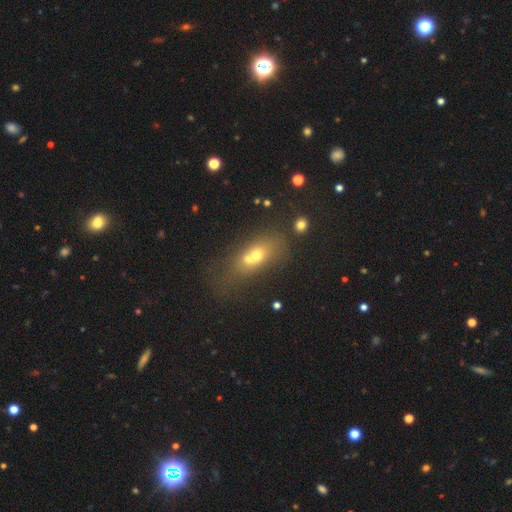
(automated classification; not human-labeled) A smooth galaxy with no disk features (54%) that is in between round and cigar-shaped (58%). Merging: merger (62%).